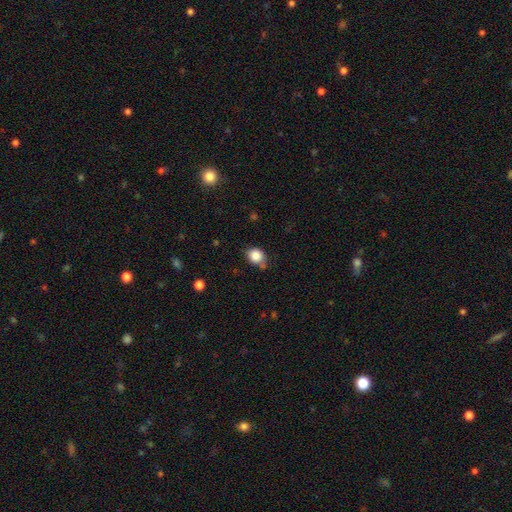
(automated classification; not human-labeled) A smooth galaxy with no disk features (84%) that is round (63%). Merging: none (65%).